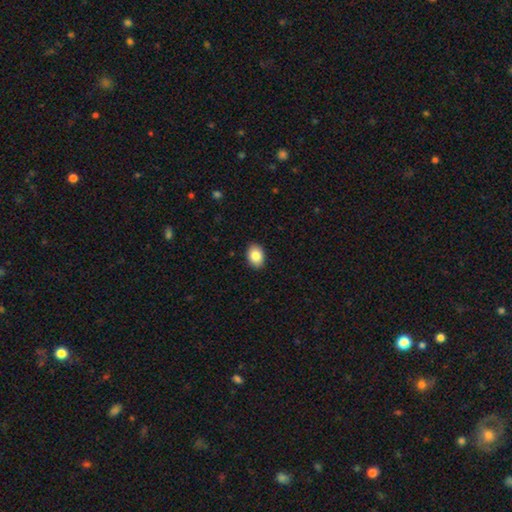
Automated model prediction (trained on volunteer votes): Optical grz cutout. It shows a smooth galaxy with no disk features (85%) that is in between round and cigar-shaped (78%). Merging: none (90%).